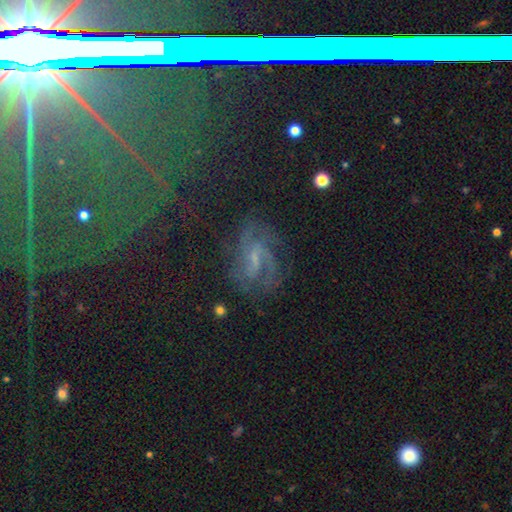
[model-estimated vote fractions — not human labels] Smooth or featured?
  - featured or disk: 57% *
  - star or artifact: 25%
  - smooth: 19%
Edge-on disk?
  - no: 88% *
  - yes: 12%
Merging?
  - none: 72% *
  - minor disturbance: 16%
  - major disturbance: 9%
  - merger: 3%